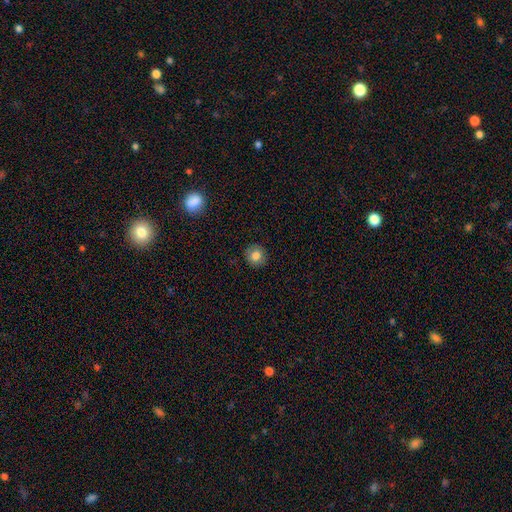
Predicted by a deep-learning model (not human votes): Smooth or featured: smooth — 81% (star or artifact — 10%)
How rounded: round — 91% (in between — 8%)
Merging: none — 90% (minor disturbance — 7%)